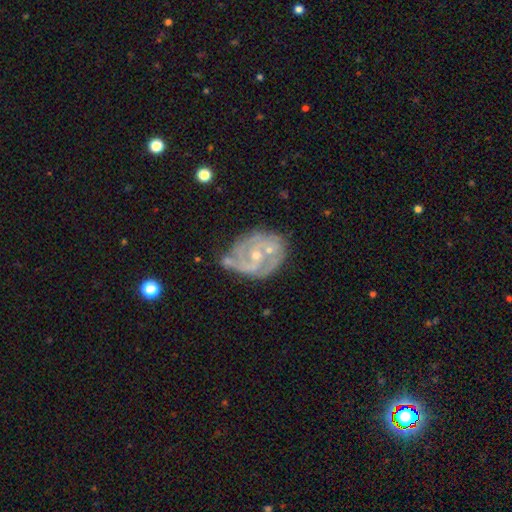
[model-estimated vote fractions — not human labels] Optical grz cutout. It shows a featured or disk galaxy (85%) with no bar (60%), 2 (46%) tight (56%) spiral arms (91%) and a small central bulge (60%). Merging: none (50%).